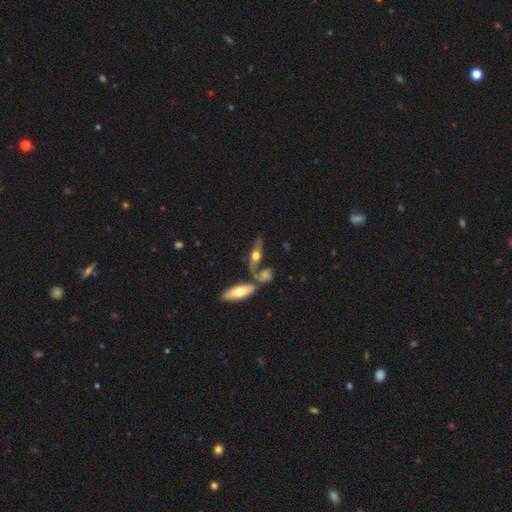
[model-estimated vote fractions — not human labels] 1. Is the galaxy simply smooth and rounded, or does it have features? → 62% featured or disk, 31% smooth, 7% star or artifact.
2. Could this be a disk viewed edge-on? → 73% yes, 27% no.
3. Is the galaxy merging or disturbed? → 47% none, 33% merger, 13% minor disturbance, 7% major disturbance.